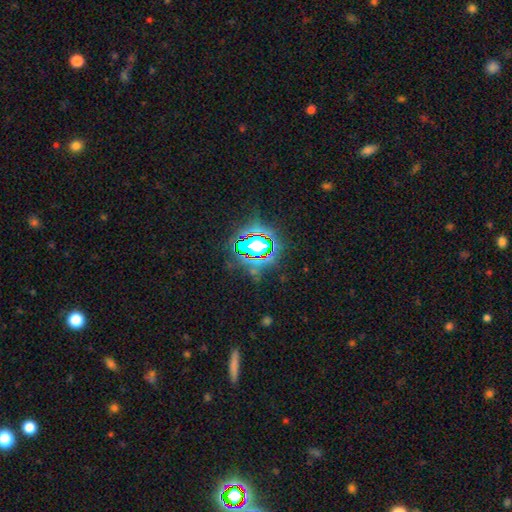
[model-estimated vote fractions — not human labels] The model was most divided on "smooth or featured": star or artifact: 78%, smooth: 13%, featured or disk: 9%.